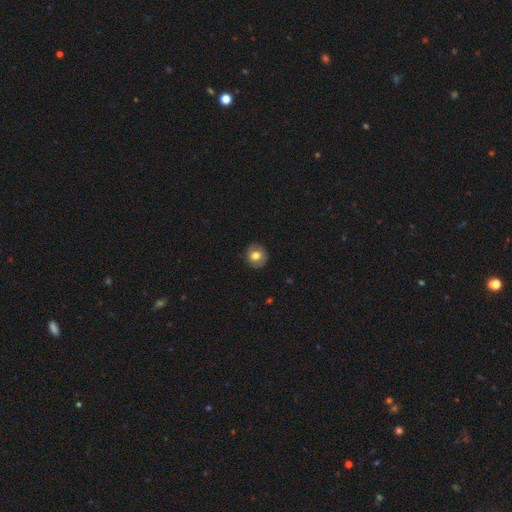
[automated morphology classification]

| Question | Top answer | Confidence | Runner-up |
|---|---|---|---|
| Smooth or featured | smooth | 72% | featured or disk (19%) |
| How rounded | round | 86% | in between (13%) |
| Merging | none | 86% | minor disturbance (11%) |